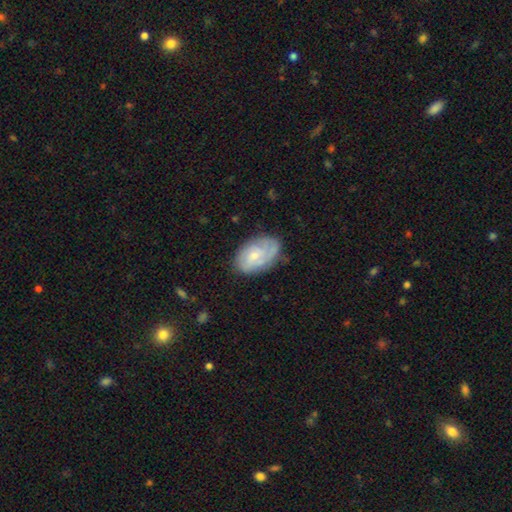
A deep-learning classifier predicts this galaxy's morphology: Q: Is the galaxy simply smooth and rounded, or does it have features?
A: featured or disk — 52%.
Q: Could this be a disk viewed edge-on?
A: no — 95%.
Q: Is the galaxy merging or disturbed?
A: none — 67%.